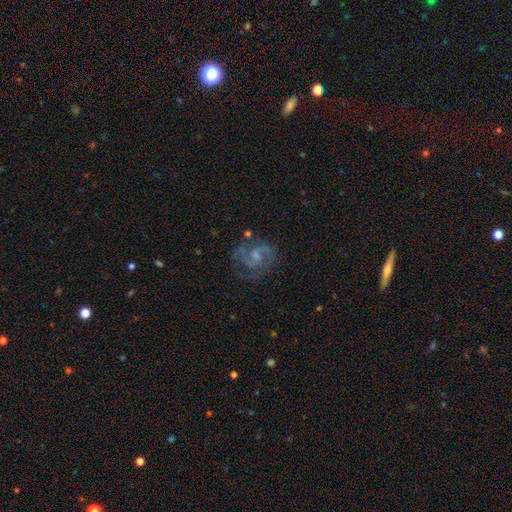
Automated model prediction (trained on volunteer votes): featured or disk 83%, smooth 10%, star or artifact 8%. Down the decision tree: edge-on disk — no (98%); bar — no (46%, tied with weak); spiral arms — yes (95%); spiral arm count — 2 (78%); spiral winding — medium (57%); bulge size — small (44%); merging — none (69%).